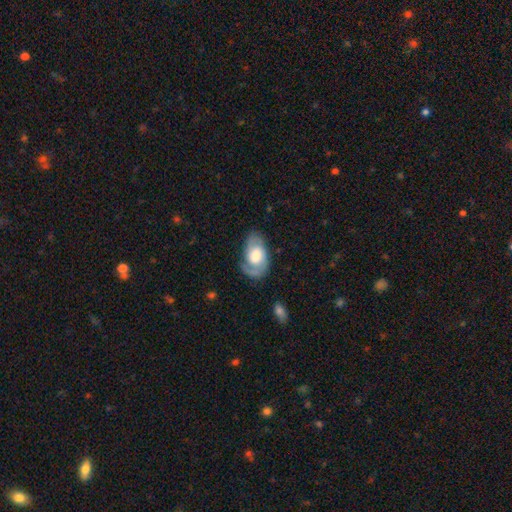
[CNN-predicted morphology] The model was most divided on "spiral winding": medium: 45%, tight: 39%, loose: 16%. Remaining: edge-on disk — no (96%); spiral arms — yes (90%); spiral arm count — 2 (75%); smooth or featured — featured or disk (73%); merging — none (70%); bar — no (59%); bulge size — large (47%).